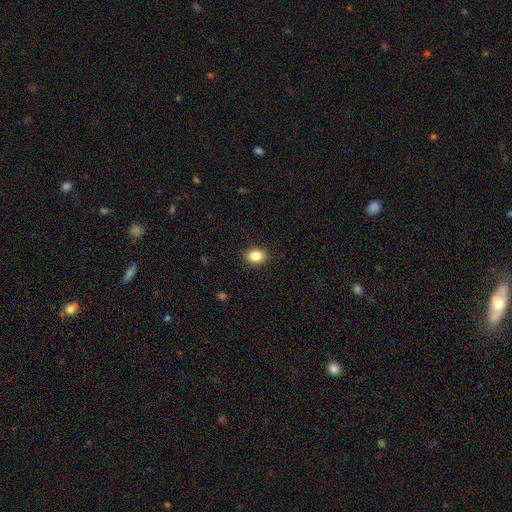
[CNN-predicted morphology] smooth_or_featured: smooth (p=0.86) [alt: star or artifact p=0.09]
how_rounded: in between (p=0.59) [alt: round p=0.40]
merging: none (p=0.90) [alt: minor disturbance p=0.07]